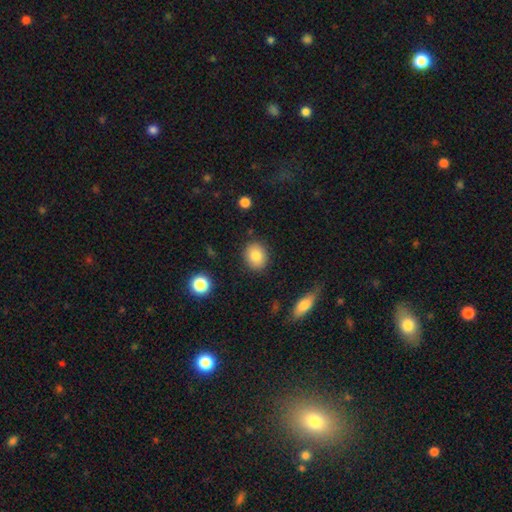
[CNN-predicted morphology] Q: Smooth or featured?
A: smooth (84%); runner-up: star or artifact (9%)
Q: How rounded?
A: round (61%); runner-up: in between (38%)
Q: Merging?
A: none (87%); runner-up: minor disturbance (9%)